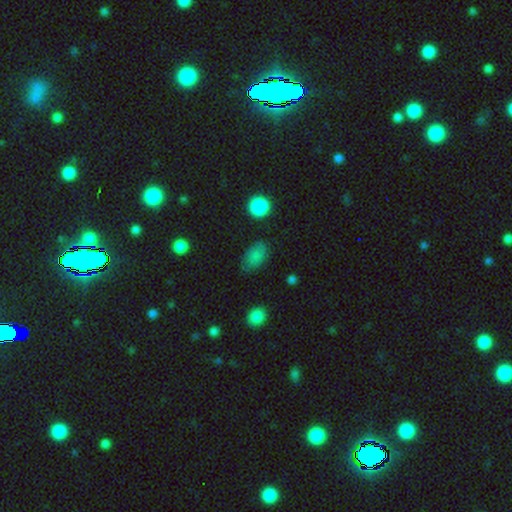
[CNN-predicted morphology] Smooth or featured? Predicted: smooth (p=0.81). How rounded? Predicted: in between (p=0.88). Merging? Predicted: none (p=0.71).